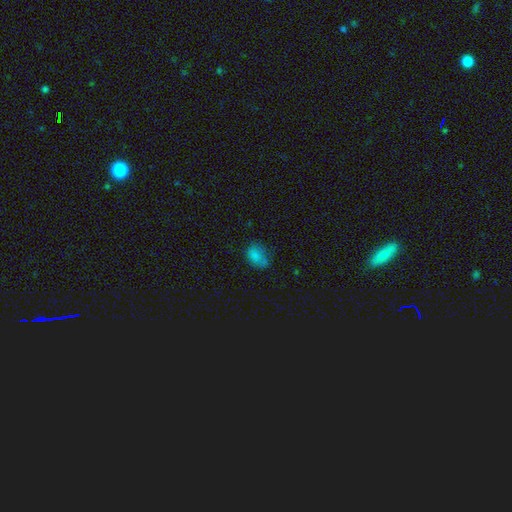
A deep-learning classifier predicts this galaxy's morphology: A smooth galaxy with no disk features (77%) that is in between round and cigar-shaped (71%). Merging: none (50%).